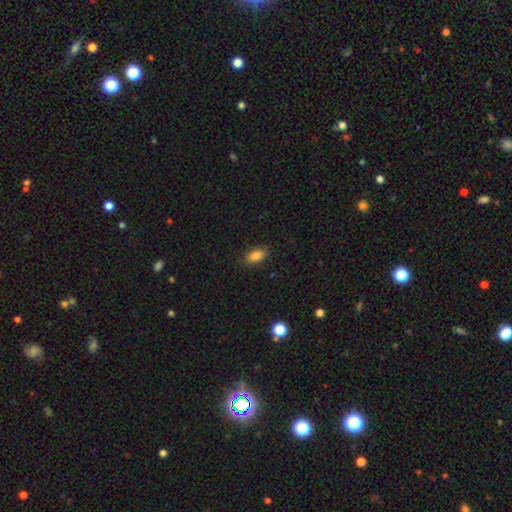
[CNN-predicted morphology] A smooth galaxy with no disk features (86%) that is in between round and cigar-shaped (89%).

Vote fractions:
- Smooth or featured? smooth: 86% / star or artifact: 9% / featured or disk: 5%
- How rounded? in between: 89% / round: 6% / cigar-shaped: 5%
- Merging? none: 86% / minor disturbance: 10% / major disturbance: 2% / merger: 1%